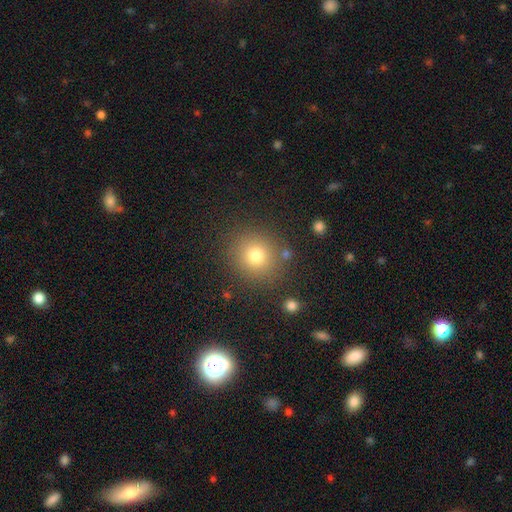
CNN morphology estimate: Smooth or featured? Predicted: smooth (p=0.77). How rounded? Predicted: round (p=0.88). Merging? Predicted: none (p=0.84).